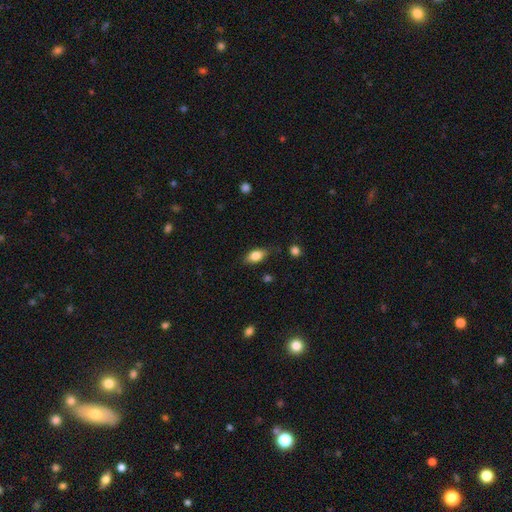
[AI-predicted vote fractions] A smooth galaxy with no disk features (80%) that is in between round and cigar-shaped (87%). Merging: none (78%).